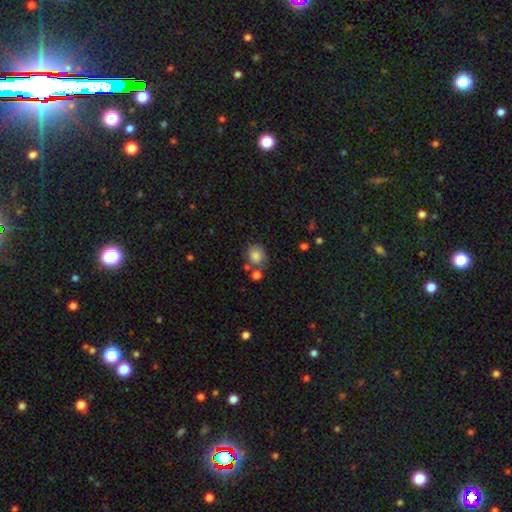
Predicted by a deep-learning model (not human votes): Smooth or featured? smooth (83%)
How rounded? round (68%)
Merging? none (59%)